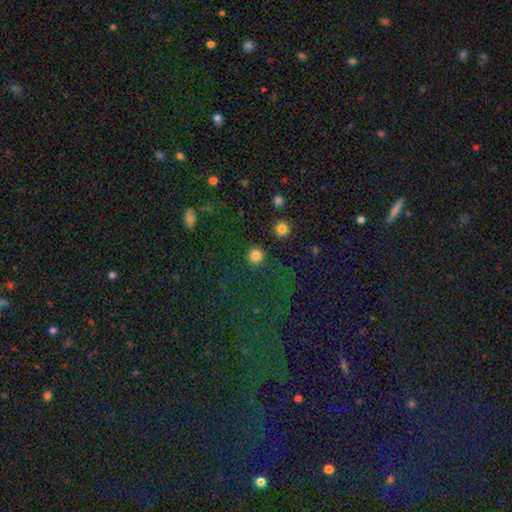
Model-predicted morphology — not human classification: type=smooth (82%); roundness=round (87%); merging=none (87%).